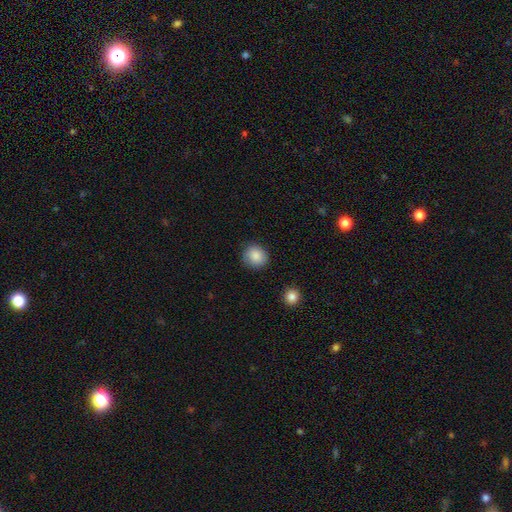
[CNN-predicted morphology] Smooth or featured? smooth (87%)
How rounded? round (87%)
Merging? none (86%)